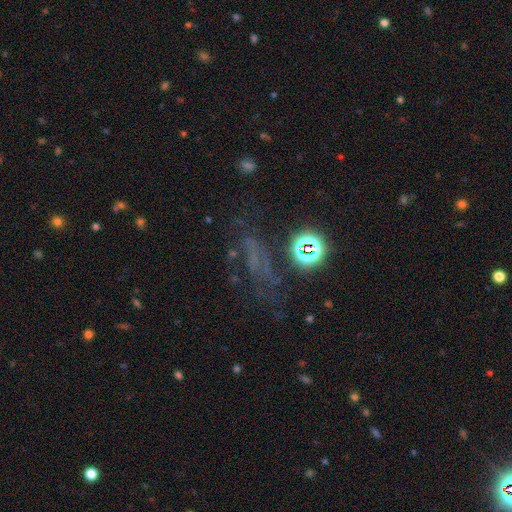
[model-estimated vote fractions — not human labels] Smooth or featured? Predicted: star or artifact (p=0.43).